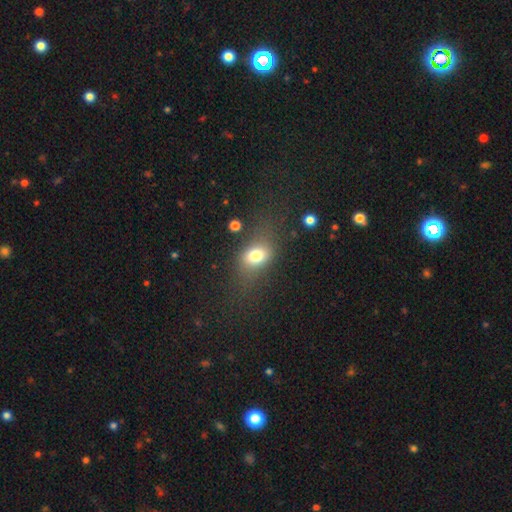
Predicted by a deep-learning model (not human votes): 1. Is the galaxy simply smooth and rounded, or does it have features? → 74% smooth, 14% featured or disk, 12% star or artifact.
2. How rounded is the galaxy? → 68% in between, 29% round, 3% cigar-shaped.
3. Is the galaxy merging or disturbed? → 59% none, 21% minor disturbance, 16% major disturbance, 4% merger.